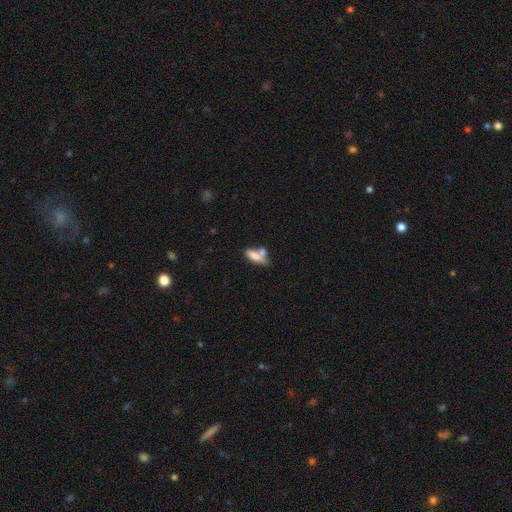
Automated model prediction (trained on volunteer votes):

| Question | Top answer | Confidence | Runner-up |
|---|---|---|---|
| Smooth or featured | smooth | 72% | featured or disk (19%) |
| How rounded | in between | 71% | cigar-shaped (25%) |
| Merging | merger | 47% | none (33%) |